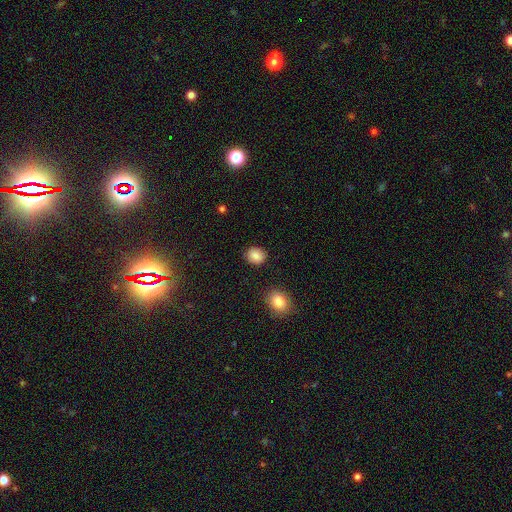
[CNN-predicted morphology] A smooth galaxy with no disk features (87%) that is round (71%). Merging: none (88%).